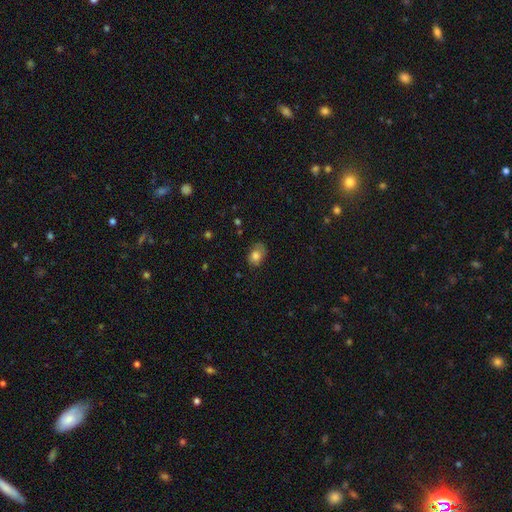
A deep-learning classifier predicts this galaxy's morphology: A smooth galaxy with no disk features (78%) that is in between round and cigar-shaped (66%).

Vote fractions:
- Smooth or featured? smooth: 78% / featured or disk: 12% / star or artifact: 9%
- How rounded? in between: 66% / round: 33% / cigar-shaped: 1%
- Merging? none: 62% / minor disturbance: 28% / major disturbance: 9% / merger: 2%